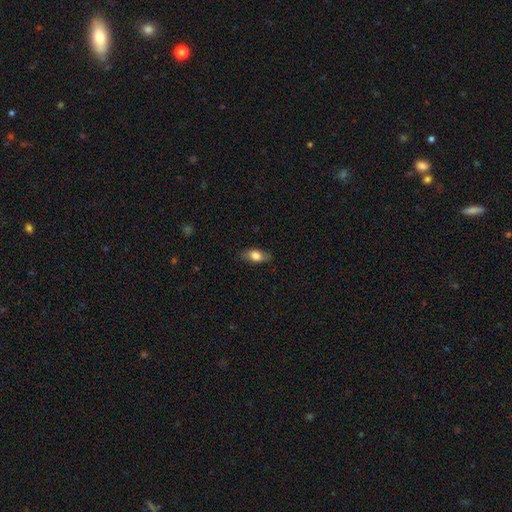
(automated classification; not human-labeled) Morphology: type=smooth (76%); roundness=in between (82%); merging=none (81%).